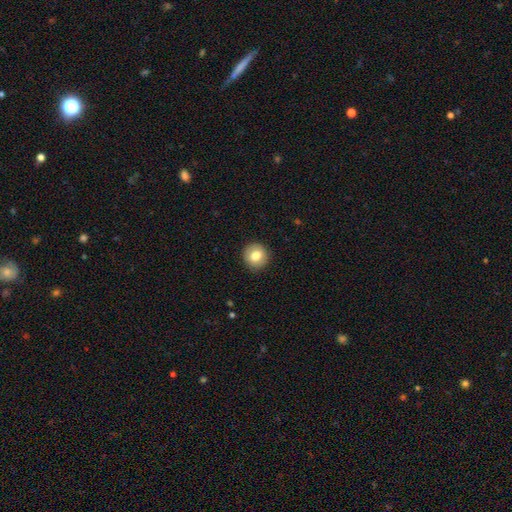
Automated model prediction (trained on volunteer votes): Smooth or featured? smooth (80%)
How rounded? round (89%)
Merging? none (91%)